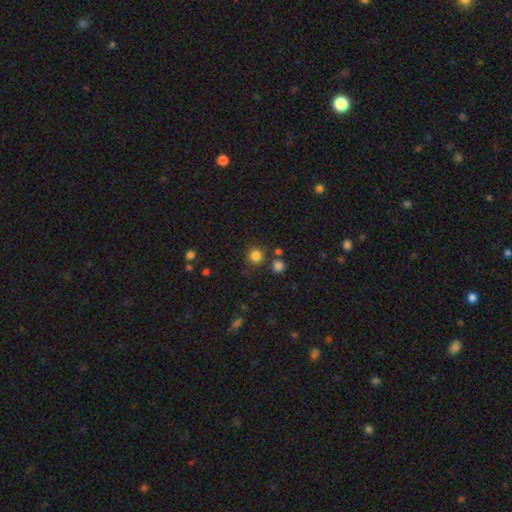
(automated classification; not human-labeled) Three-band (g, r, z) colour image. It shows a smooth galaxy with no disk features (82%) that is round (93%). Merging: none (83%).